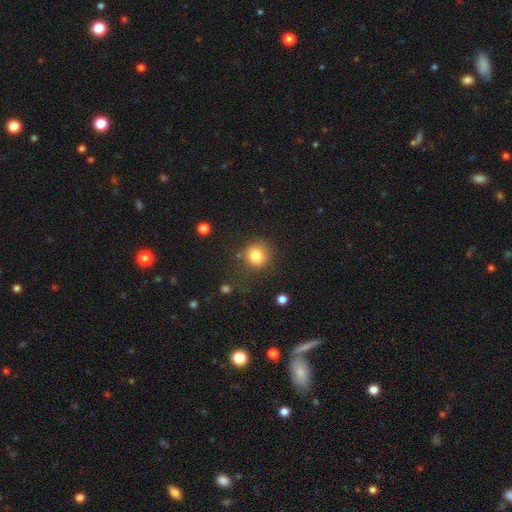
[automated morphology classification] smooth 81%, star or artifact 11%, featured or disk 8%. Down the decision tree: how rounded — round (89%); merging — none (74%).